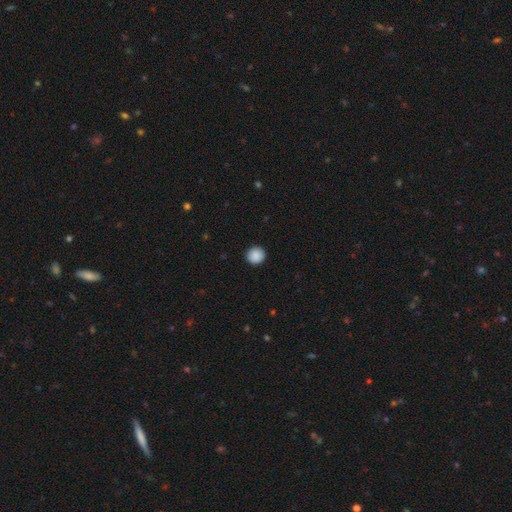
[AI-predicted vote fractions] Q: Smooth or featured?
A: smooth (89%); runner-up: star or artifact (8%)
Q: How rounded?
A: round (94%); runner-up: in between (5%)
Q: Merging?
A: none (93%); runner-up: minor disturbance (5%)